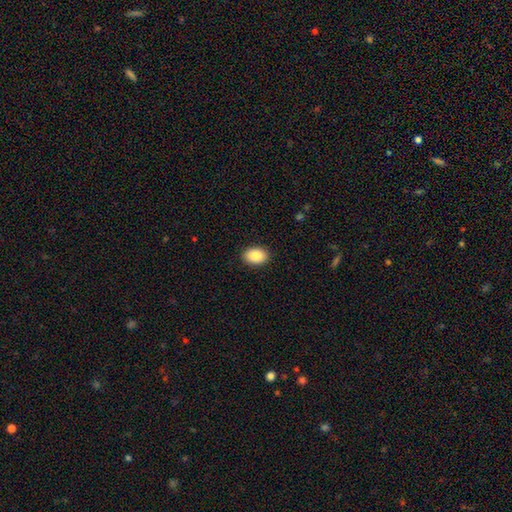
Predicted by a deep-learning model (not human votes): This is clearly a smooth galaxy (89%). How rounded: clearly in between (81%). Merging: clearly none (90%).